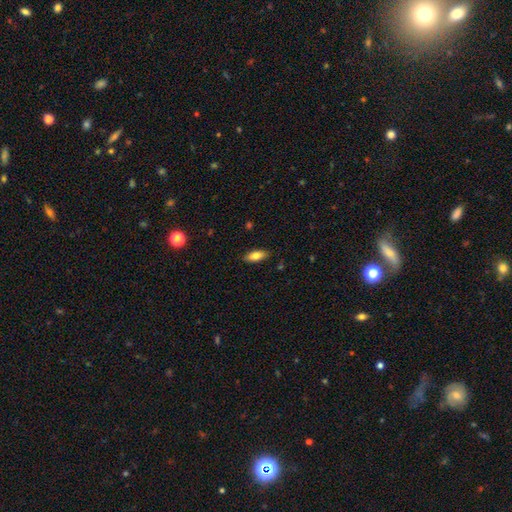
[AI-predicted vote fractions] Smooth or featured? smooth (80%)
How rounded? in between (80%)
Merging? none (87%)